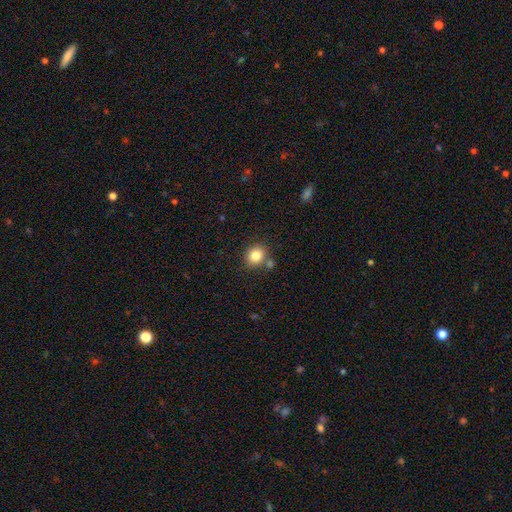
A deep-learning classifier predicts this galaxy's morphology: This is clearly a smooth galaxy (82%). How rounded: likely round (73%). Merging: likely none (74%).